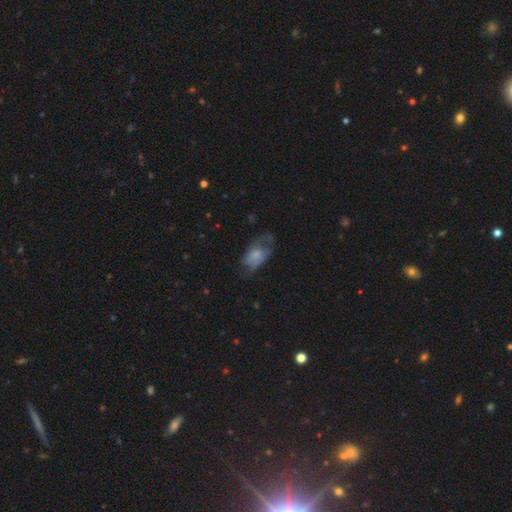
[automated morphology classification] This is possibly a smooth galaxy (54%). How rounded: clearly in between (91%). Merging: marginally none (39%).